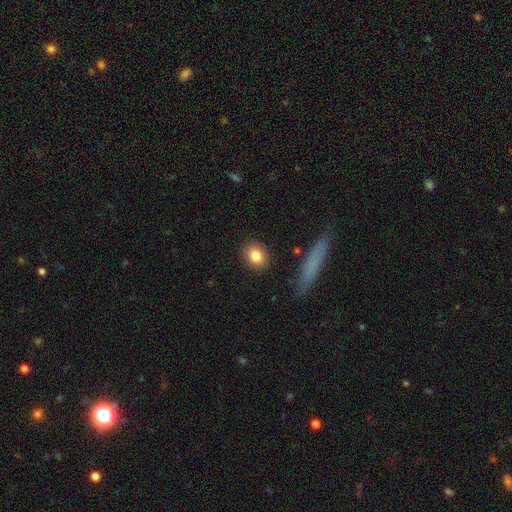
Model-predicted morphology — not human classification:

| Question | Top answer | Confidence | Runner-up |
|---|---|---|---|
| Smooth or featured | smooth | 84% | star or artifact (9%) |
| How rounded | round | 56% | in between (42%) |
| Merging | none | 88% | minor disturbance (8%) |